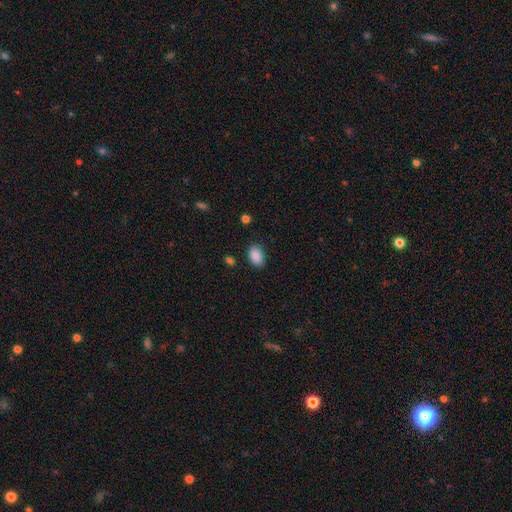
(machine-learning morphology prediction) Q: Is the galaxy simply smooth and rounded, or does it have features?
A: smooth — 89%.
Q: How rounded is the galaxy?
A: in between — 86%.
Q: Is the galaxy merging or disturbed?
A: none — 85%.